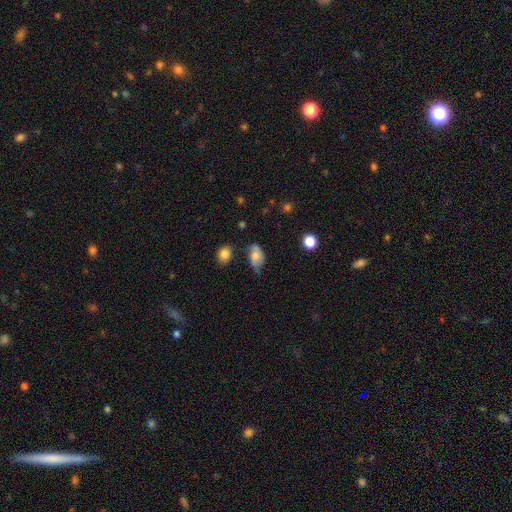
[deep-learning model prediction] smooth 59%, featured or disk 32%, star or artifact 9%. Down the decision tree: how rounded — in between (87%); merging — none (41%).